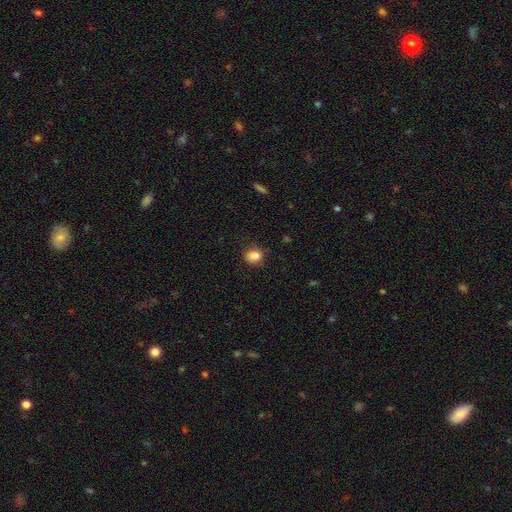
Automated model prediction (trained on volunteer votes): Smooth or featured?
  - smooth: 85% *
  - star or artifact: 10%
  - featured or disk: 5%
How rounded?
  - round: 56% *
  - in between: 43%
  - cigar-shaped: 1%
Merging?
  - none: 75% *
  - minor disturbance: 19%
  - major disturbance: 4%
  - merger: 2%